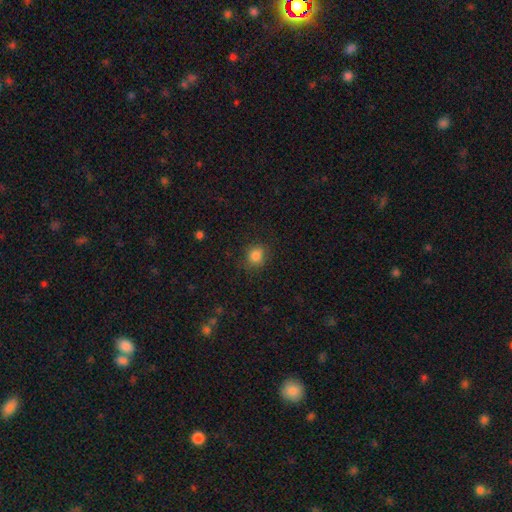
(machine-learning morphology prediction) This appears to be a smooth galaxy with no disk features (84%) that is round (77%). Merging: none (84%).